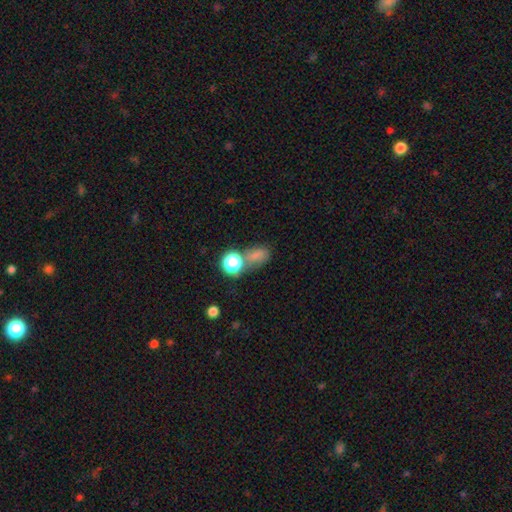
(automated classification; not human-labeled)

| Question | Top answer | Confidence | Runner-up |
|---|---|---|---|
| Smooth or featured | smooth | 66% | star or artifact (23%) |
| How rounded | in between | 60% | round (38%) |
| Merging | none | 48% | merger (25%) |